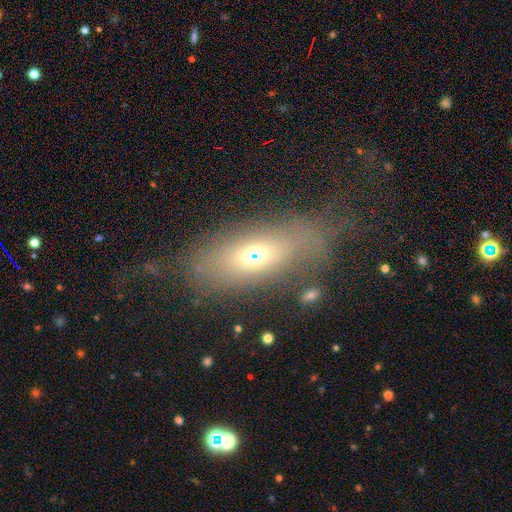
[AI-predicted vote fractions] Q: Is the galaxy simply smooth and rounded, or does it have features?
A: smooth — 58%.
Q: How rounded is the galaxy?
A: in between — 73%.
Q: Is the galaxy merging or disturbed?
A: none — 54%.